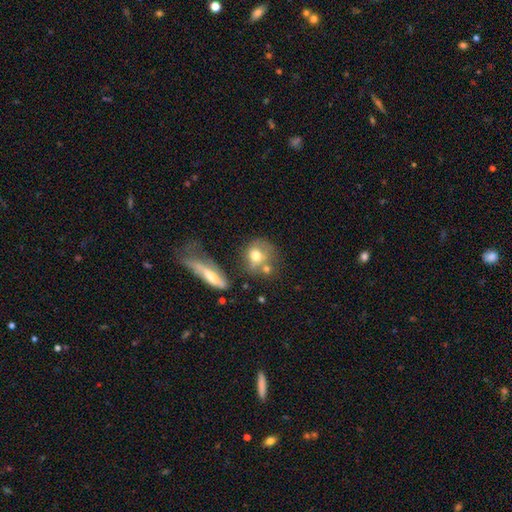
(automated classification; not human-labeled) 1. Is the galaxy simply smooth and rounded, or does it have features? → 65% smooth, 25% featured or disk, 10% star or artifact.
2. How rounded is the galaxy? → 68% round, 28% in between, 4% cigar-shaped.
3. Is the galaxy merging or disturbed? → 40% none, 32% merger, 17% minor disturbance, 12% major disturbance.